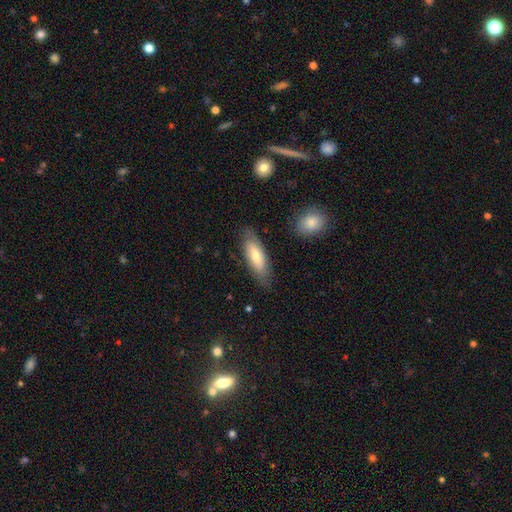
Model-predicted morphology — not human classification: Smooth or featured? smooth (66%)
How rounded? in between (63%)
Merging? none (81%)